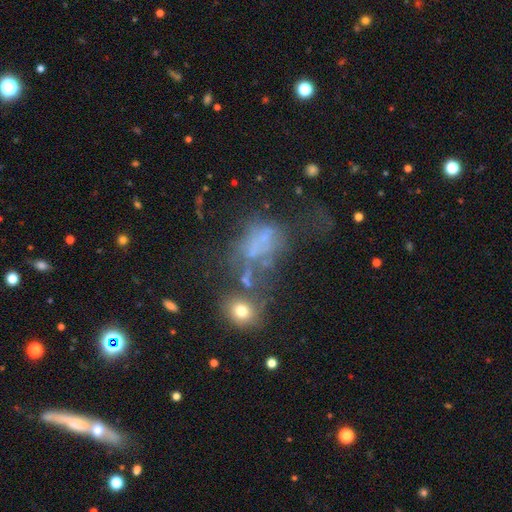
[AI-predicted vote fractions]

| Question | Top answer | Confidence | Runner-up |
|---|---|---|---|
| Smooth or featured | smooth | 38% | star or artifact (37%) |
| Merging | none | 39% | merger (32%) |